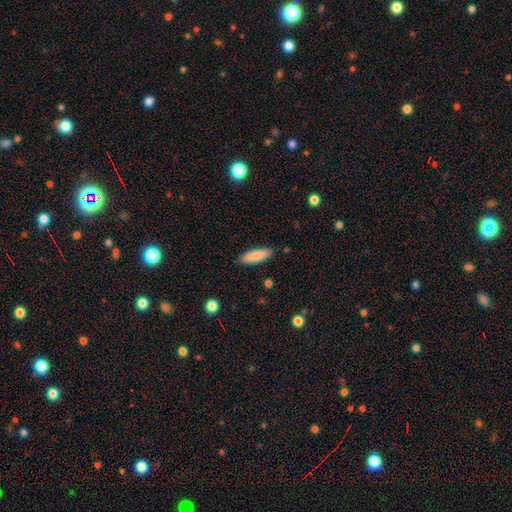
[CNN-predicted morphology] A smooth galaxy with no disk features (85%) that is cigar-shaped (58%).

Vote fractions:
- Smooth or featured? smooth: 85% / featured or disk: 9% / star or artifact: 6%
- How rounded? cigar-shaped: 58% / in between: 40% / round: 1%
- Merging? none: 88% / minor disturbance: 9% / major disturbance: 2% / merger: 1%